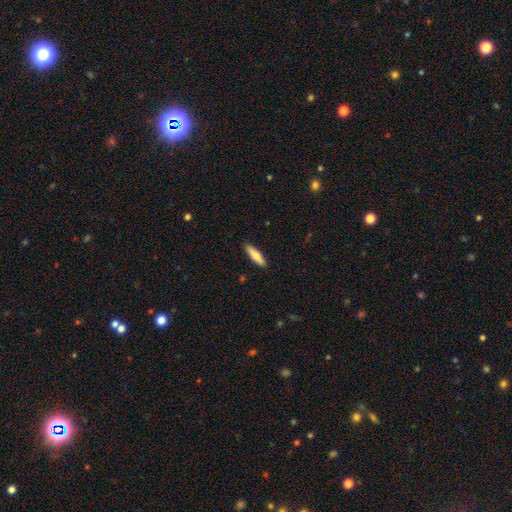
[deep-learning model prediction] This is likely a smooth galaxy (75%). How rounded: likely cigar-shaped (71%). Merging: clearly none (90%).